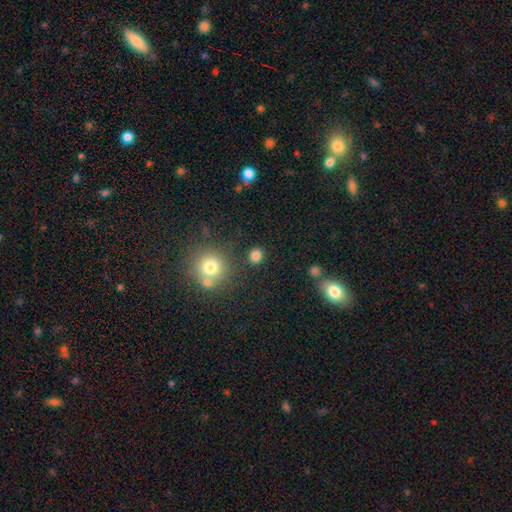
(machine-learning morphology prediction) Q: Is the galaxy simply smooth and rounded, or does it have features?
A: smooth — 82%.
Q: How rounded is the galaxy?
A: round — 81%.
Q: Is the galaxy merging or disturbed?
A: none — 86%.